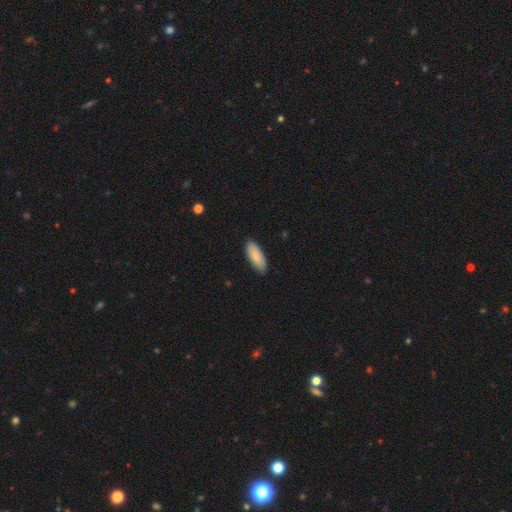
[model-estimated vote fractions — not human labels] This appears to be a smooth galaxy with no disk features (86%) that is in between round and cigar-shaped (77%). Merging: none (87%).